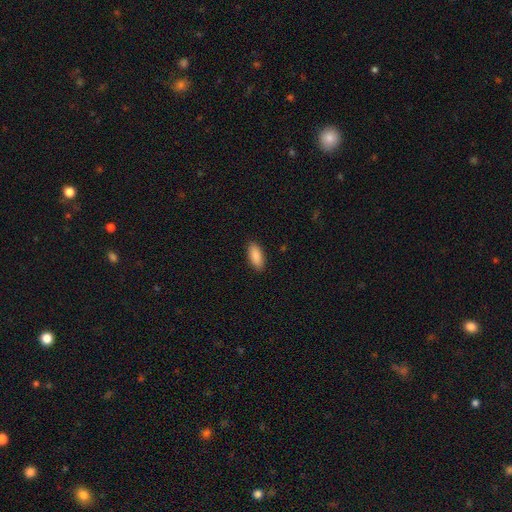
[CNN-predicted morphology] type=smooth (90%); roundness=in between (85%); merging=none (89%).